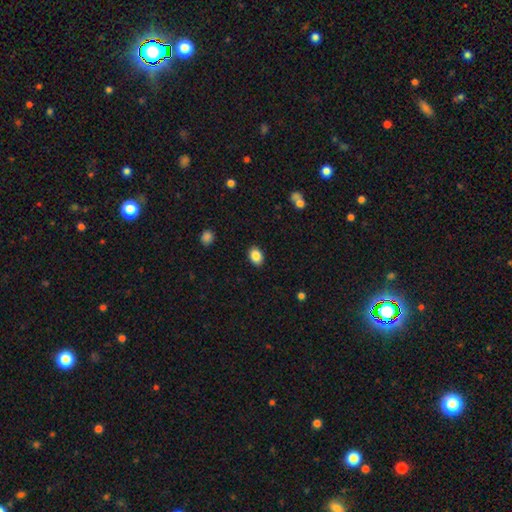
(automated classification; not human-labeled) A smooth galaxy with no disk features (87%) that is in between round and cigar-shaped (73%).

Vote fractions:
- Smooth or featured? smooth: 87% / star or artifact: 8% / featured or disk: 5%
- How rounded? in between: 73% / round: 26% / cigar-shaped: 1%
- Merging? none: 89% / minor disturbance: 8% / major disturbance: 2% / merger: 1%